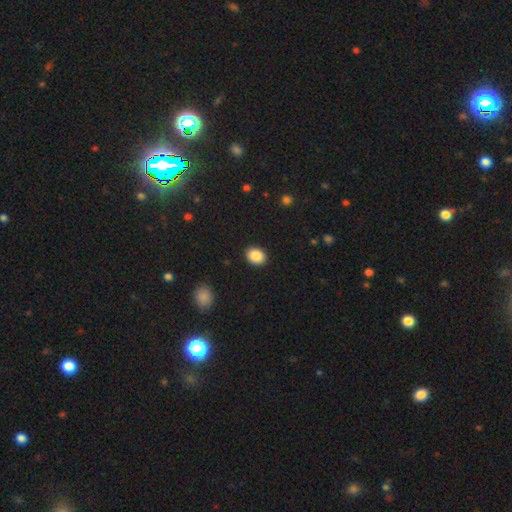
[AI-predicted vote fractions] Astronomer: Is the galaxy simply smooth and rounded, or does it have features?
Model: smooth — 88%.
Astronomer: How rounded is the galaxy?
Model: in between — 55% (runner-up: round, 44%).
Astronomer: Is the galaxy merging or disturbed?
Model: none — 91%.